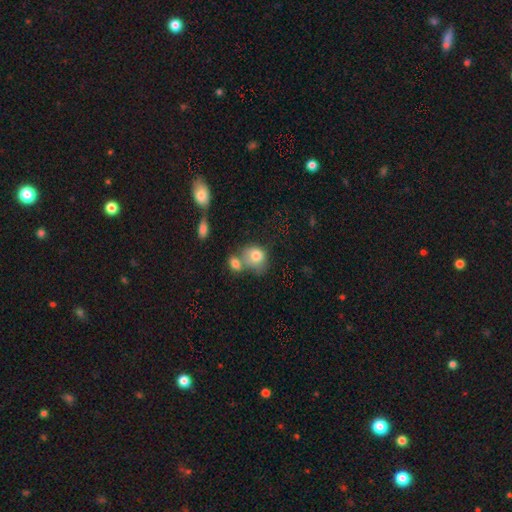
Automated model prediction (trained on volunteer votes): smooth-or-featured: smooth: 78% | featured or disk: 14% | star or artifact: 8%
  how-rounded: round: 56% | in between: 43% | cigar-shaped: 1%
  merging: merger: 45% | none: 30% | minor disturbance: 16% | major disturbance: 9%